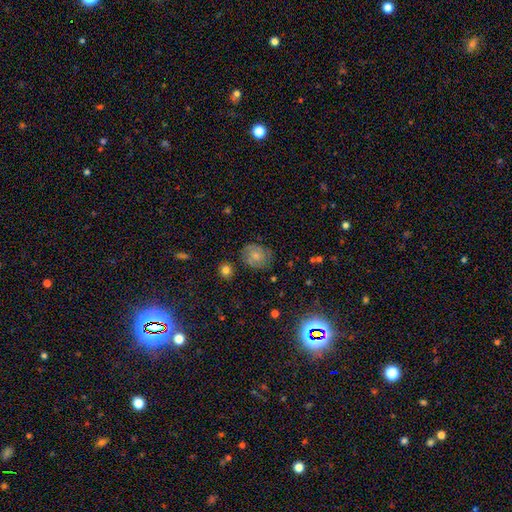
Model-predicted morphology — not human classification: Smooth or featured?
  - featured or disk: 46% *
  - star or artifact: 30%
  - smooth: 24%
Merging?
  - none: 81% *
  - minor disturbance: 13%
  - major disturbance: 4%
  - merger: 2%